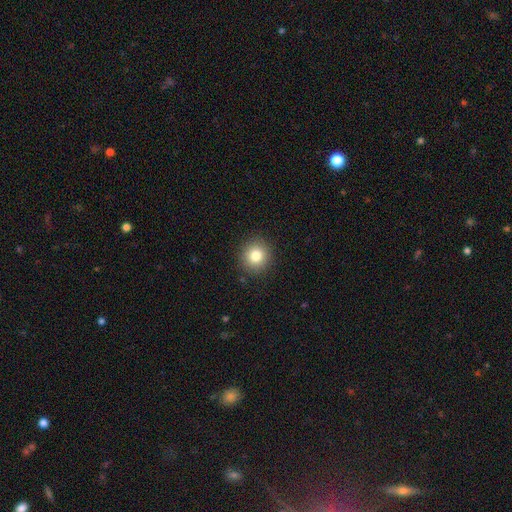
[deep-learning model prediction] Smooth or featured? smooth (81%)
How rounded? round (92%)
Merging? none (91%)